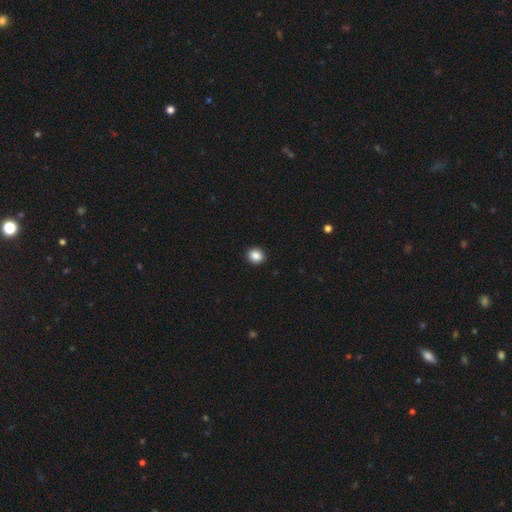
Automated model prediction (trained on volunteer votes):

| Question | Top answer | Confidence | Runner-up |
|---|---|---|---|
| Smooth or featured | smooth | 88% | star or artifact (9%) |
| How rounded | round | 79% | in between (20%) |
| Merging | none | 93% | minor disturbance (5%) |